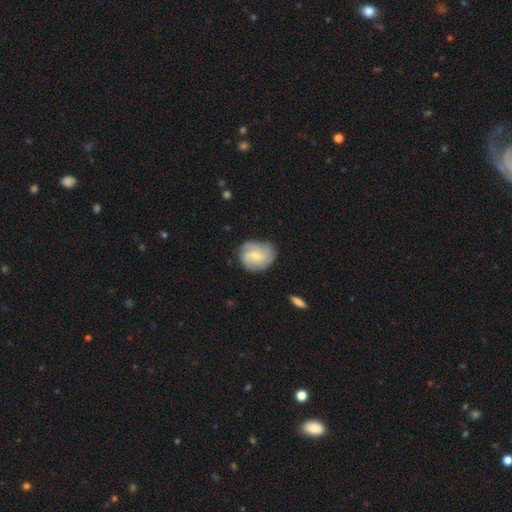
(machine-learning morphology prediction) A featured or disk galaxy (59%) with no bar (47%), medium (40%) spiral arms (88%) and a small central bulge (61%). Merging: none (76%).